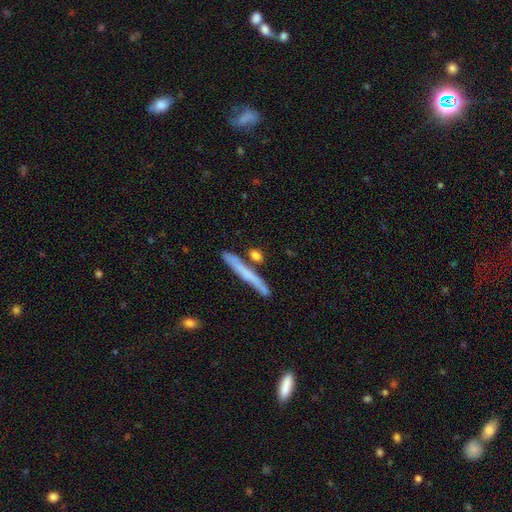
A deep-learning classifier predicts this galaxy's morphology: This is likely a smooth galaxy (73%). How rounded: likely cigar-shaped (64%). Merging: likely none (70%).